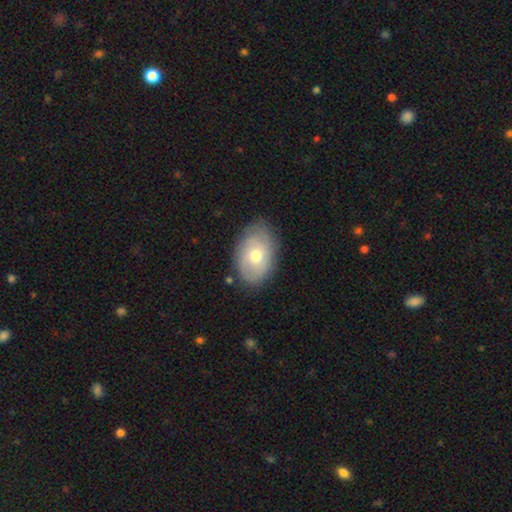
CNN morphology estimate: A smooth galaxy with no disk features (55%) that is in between round and cigar-shaped (85%).

Vote fractions:
- Smooth or featured? smooth: 55% / featured or disk: 38% / star or artifact: 7%
- How rounded? in between: 85% / round: 14% / cigar-shaped: 1%
- Merging? none: 77% / minor disturbance: 18% / major disturbance: 4% / merger: 1%